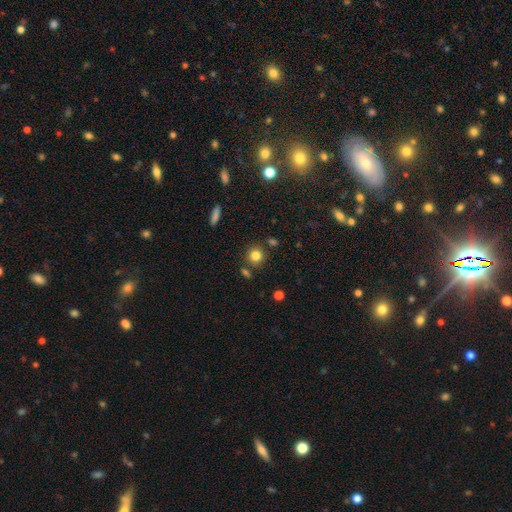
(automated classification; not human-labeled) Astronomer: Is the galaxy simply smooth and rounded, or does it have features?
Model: smooth — 81%.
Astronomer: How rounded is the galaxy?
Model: round — 89%.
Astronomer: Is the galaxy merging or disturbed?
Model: none — 80%.